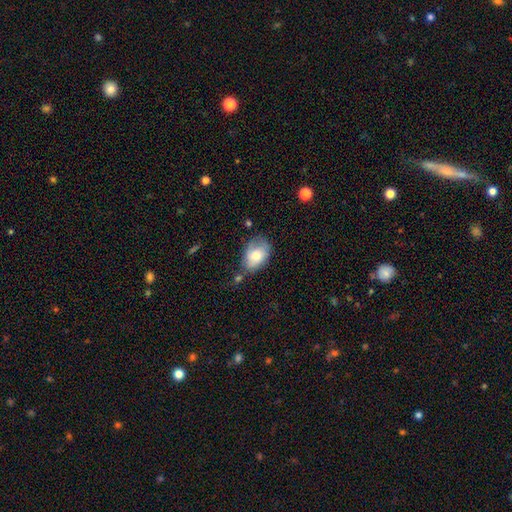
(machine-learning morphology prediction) smooth_or_featured: smooth (p=0.67) [alt: featured or disk p=0.26]
how_rounded: in between (p=0.84) [alt: round p=0.15]
merging: none (p=0.49) [alt: minor disturbance p=0.33]